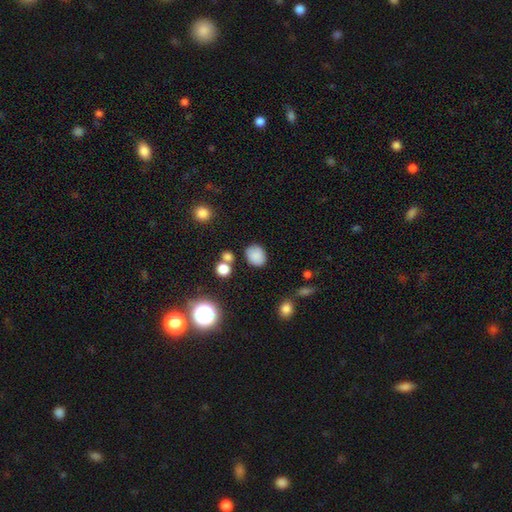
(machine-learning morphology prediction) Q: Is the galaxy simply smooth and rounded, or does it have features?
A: smooth — 83%.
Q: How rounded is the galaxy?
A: round — 51%.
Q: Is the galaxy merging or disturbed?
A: none — 76%.